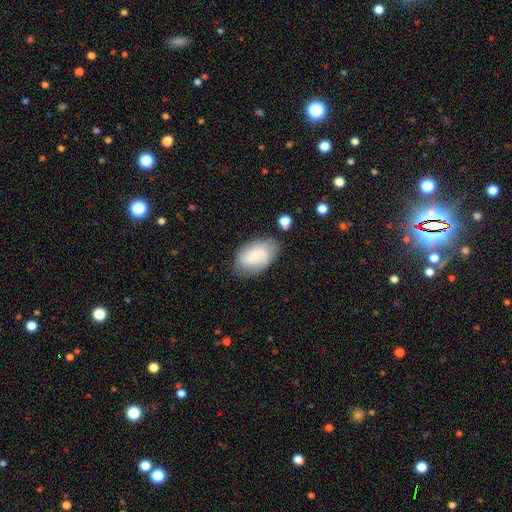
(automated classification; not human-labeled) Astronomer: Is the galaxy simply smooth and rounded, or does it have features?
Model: smooth — 46%, tied with featured or disk at 46%.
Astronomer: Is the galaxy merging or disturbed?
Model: none — 72%.